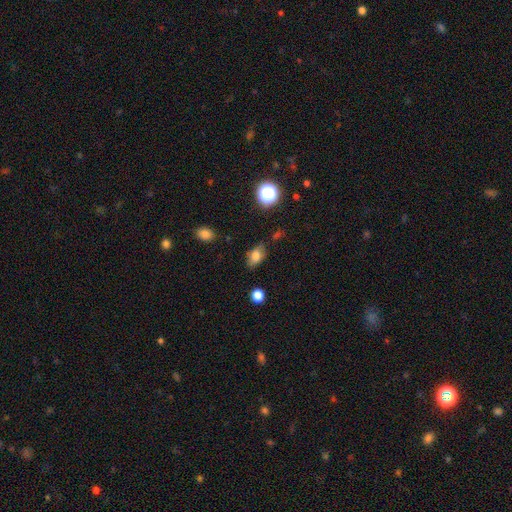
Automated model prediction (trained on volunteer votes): A smooth galaxy with no disk features (76%) that is in between round and cigar-shaped (85%). Merging: none (73%).